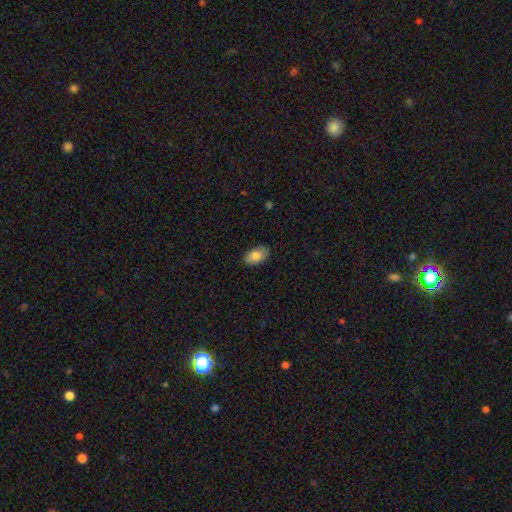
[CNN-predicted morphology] smooth 81%, featured or disk 12%, star or artifact 7%. Down the decision tree: how rounded — in between (92%); merging — none (87%).